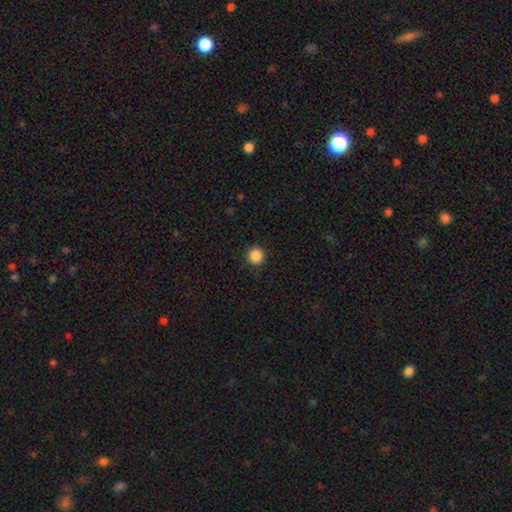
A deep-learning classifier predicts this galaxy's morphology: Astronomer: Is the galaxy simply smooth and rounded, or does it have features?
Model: smooth — 87%.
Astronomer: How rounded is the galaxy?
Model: round — 95%.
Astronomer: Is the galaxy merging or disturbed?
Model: none — 92%.